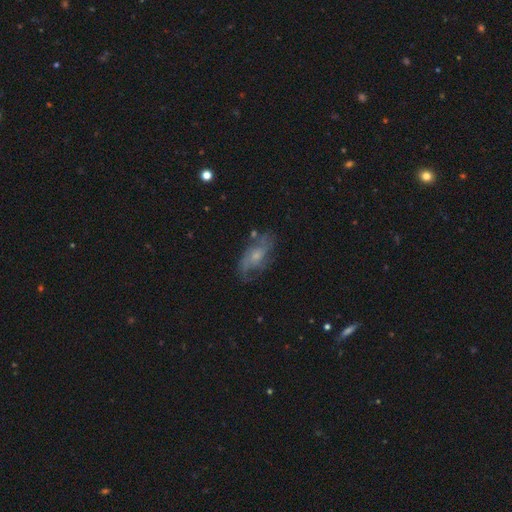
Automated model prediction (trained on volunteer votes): Overall: featured or disk (67%). Edge-on disk: no (92%). Bar: no (72%). Spiral arms: yes (82%). Spiral arm count: 2 (50%; can't tell 29%). Spiral winding: medium (41%; loose 36%). Bulge size: small (56%; moderate 32%). Merging: none (61%; minor disturbance 22%).